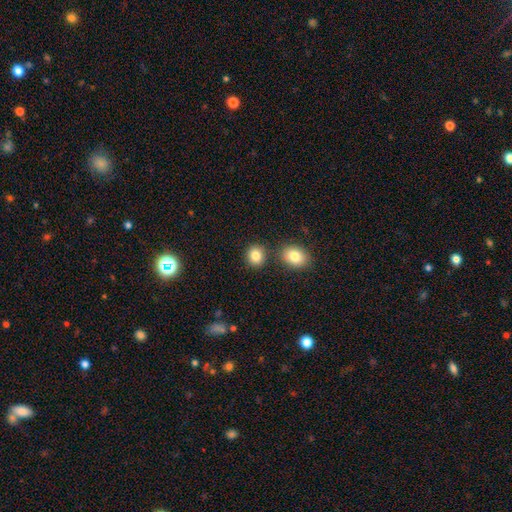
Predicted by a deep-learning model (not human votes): Morphology: type=smooth (84%); roundness=round (77%); merging=none (80%).